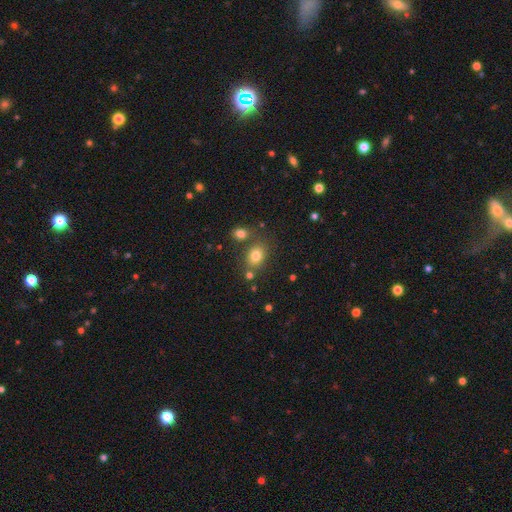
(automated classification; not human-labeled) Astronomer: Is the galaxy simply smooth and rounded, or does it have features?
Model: smooth — 78%.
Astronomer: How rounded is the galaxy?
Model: in between — 59% (runner-up: round, 40%).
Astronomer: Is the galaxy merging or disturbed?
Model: none — 70%.